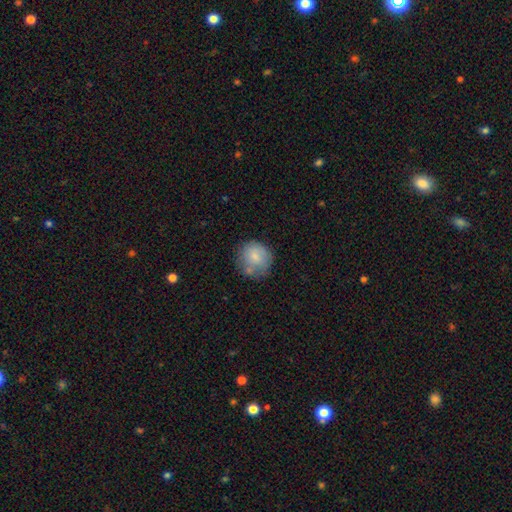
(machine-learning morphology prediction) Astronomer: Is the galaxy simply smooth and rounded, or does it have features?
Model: smooth — 80%.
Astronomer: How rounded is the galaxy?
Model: round — 87%.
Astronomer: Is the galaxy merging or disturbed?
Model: none — 62%.